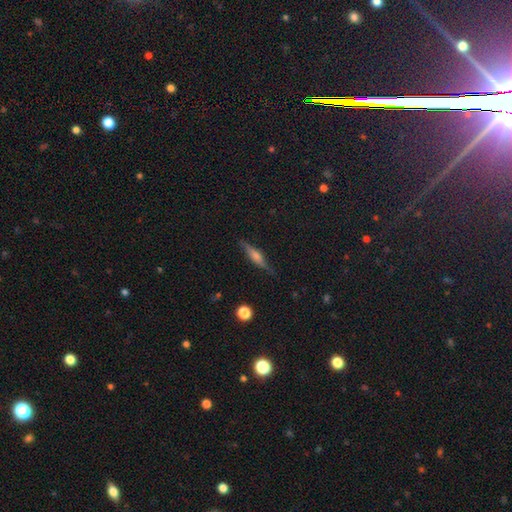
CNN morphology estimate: This is likely a featured or disk galaxy (67%). It is clearly viewed edge-on (96%). Edge-on bulge: likely rounded (73%). Merging: clearly none (86%).